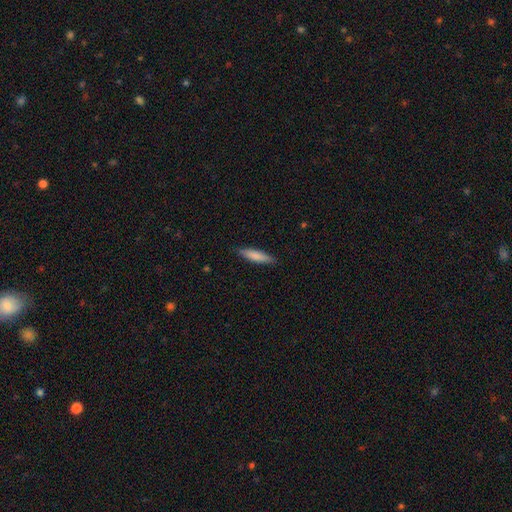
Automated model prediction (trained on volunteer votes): A smooth galaxy with no disk features (79%) that is cigar-shaped (81%).

Vote fractions:
- Smooth or featured? smooth: 79% / featured or disk: 16% / star or artifact: 5%
- How rounded? cigar-shaped: 81% / in between: 17% / round: 1%
- Merging? none: 87% / minor disturbance: 10% / major disturbance: 2% / merger: 1%